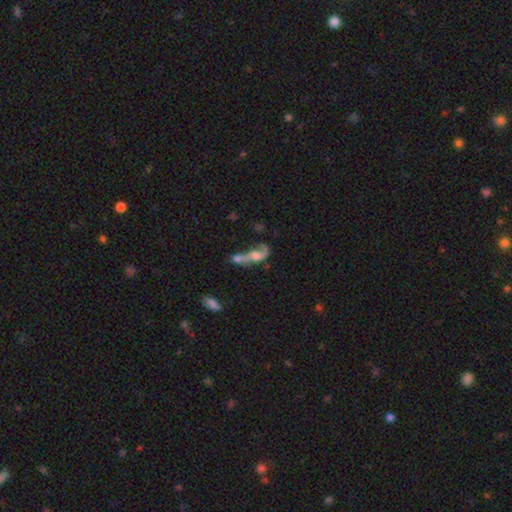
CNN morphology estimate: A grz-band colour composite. It shows a featured or disk galaxy (58%) with no bar (69%), spiral arms (69%) and a moderate central bulge (38%). Merging: merger (65%).